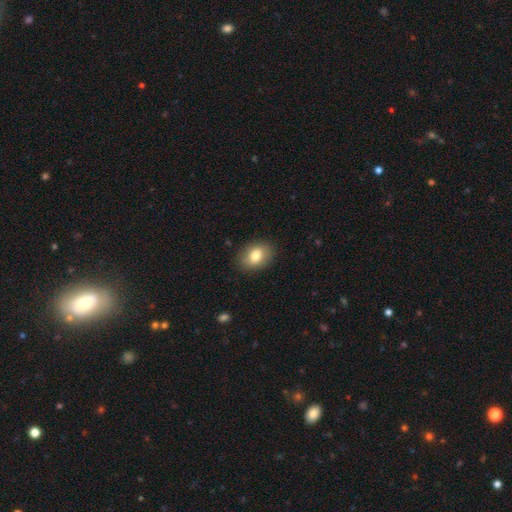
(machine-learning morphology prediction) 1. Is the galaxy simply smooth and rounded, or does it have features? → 78% smooth, 13% featured or disk, 9% star or artifact.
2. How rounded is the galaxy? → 66% in between, 33% round, 1% cigar-shaped.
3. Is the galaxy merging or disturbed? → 86% none, 10% minor disturbance, 3% major disturbance, 1% merger.